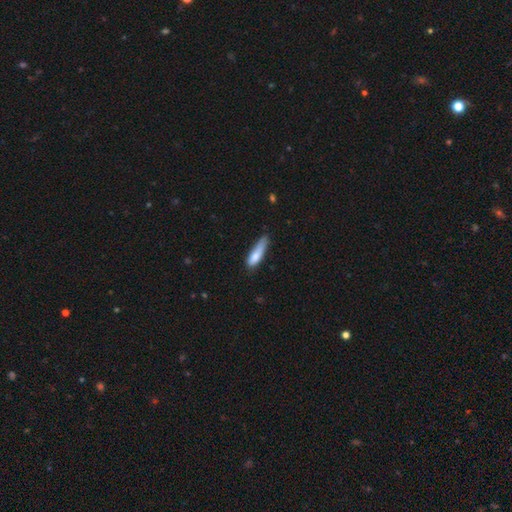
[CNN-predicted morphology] smooth-or-featured: smooth: 78% | featured or disk: 16% | star or artifact: 7%
  how-rounded: cigar-shaped: 69% | in between: 29% | round: 2%
  merging: none: 44% | minor disturbance: 39% | major disturbance: 12% | merger: 4%